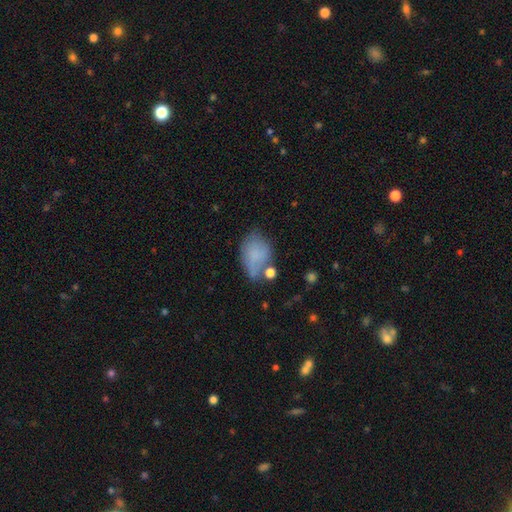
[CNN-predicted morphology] A smooth galaxy with no disk features (73%) that is in between round and cigar-shaped (81%). Merging: none (43%).